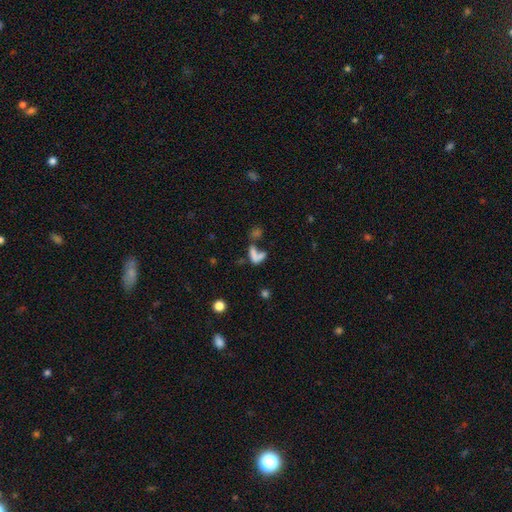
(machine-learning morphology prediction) This appears to be a smooth galaxy with no disk features (58%) that is in between round and cigar-shaped (61%). Merging: merger (48%).